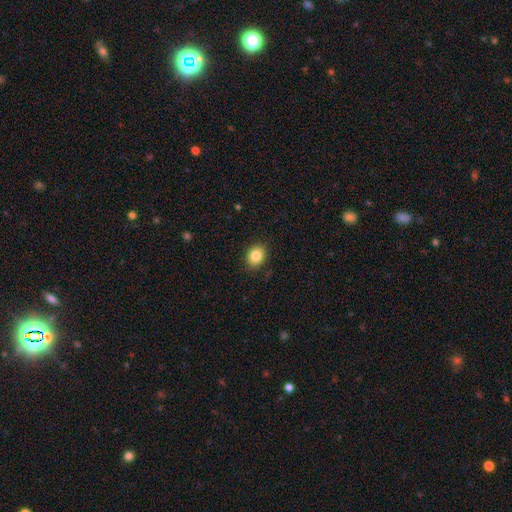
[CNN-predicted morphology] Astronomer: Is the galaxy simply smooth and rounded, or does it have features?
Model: smooth — 85%.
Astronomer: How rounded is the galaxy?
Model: in between — 54% (runner-up: round, 46%).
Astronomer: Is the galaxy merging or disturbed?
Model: none — 88%.